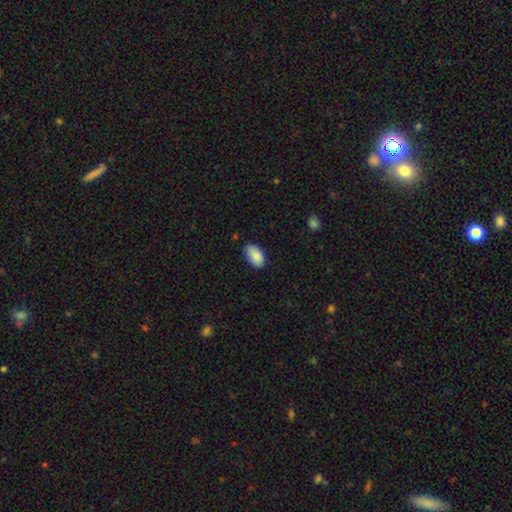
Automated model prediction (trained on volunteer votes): Q: Smooth or featured?
A: smooth (88%); runner-up: star or artifact (7%)
Q: How rounded?
A: in between (94%); runner-up: round (4%)
Q: Merging?
A: none (76%); runner-up: minor disturbance (20%)